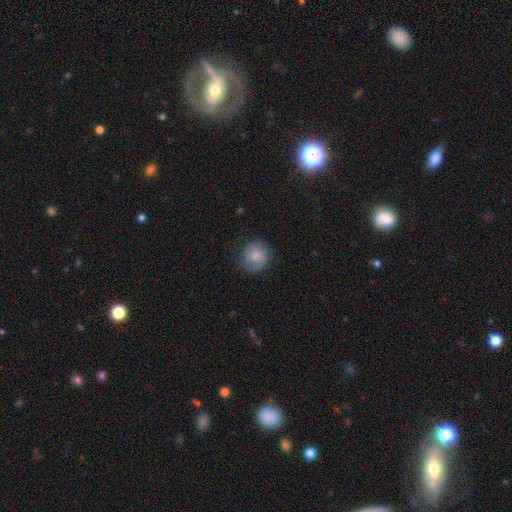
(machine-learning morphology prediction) smooth-or-featured: smooth: 77% | featured or disk: 16% | star or artifact: 7%
  how-rounded: round: 90% | in between: 9% | cigar-shaped: 1%
  merging: none: 80% | minor disturbance: 15% | major disturbance: 4% | merger: 1%